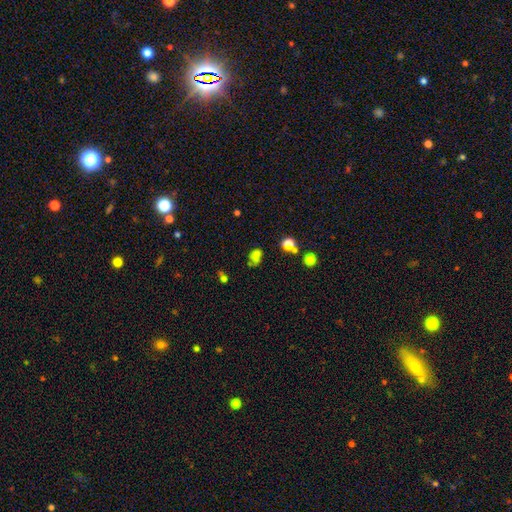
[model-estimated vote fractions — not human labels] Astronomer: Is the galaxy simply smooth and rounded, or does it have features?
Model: smooth — 64%.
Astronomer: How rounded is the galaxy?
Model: in between — 68%.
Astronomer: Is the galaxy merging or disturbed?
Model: none — 43% (runner-up: minor disturbance, 27%).